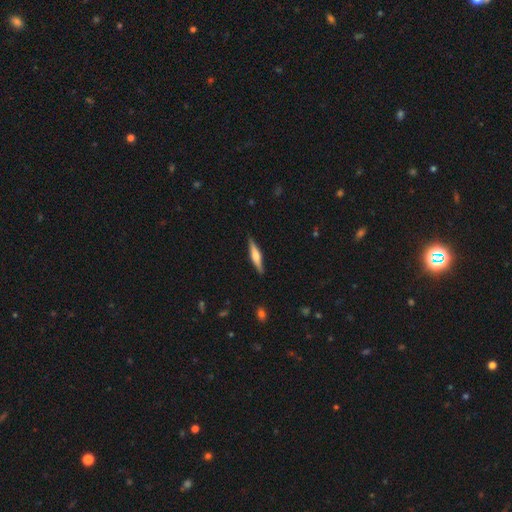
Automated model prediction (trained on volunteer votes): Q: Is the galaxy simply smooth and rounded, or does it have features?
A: featured or disk — 56%.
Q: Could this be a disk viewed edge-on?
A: yes — 97%.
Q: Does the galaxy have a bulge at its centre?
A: rounded — 77%.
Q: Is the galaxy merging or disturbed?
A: none — 89%.